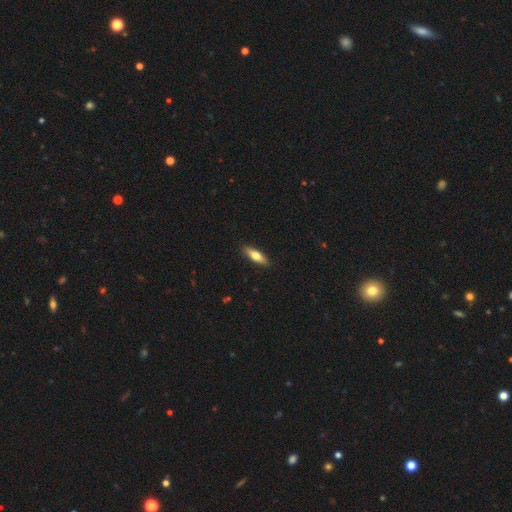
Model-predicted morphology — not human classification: The model was most divided on "how rounded": cigar-shaped: 53%, in between: 45%, round: 2%. More confident: merging — none (90%); smooth or featured — smooth (64%).